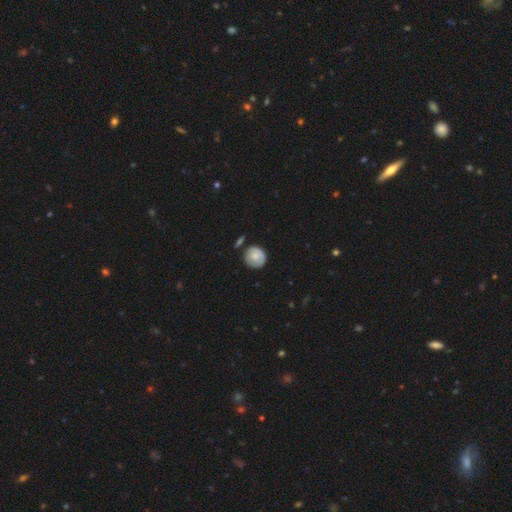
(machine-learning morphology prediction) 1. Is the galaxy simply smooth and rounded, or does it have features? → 75% smooth, 19% featured or disk, 7% star or artifact.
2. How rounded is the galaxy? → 90% round, 9% in between, 1% cigar-shaped.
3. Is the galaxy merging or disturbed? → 73% none, 18% minor disturbance, 5% merger, 3% major disturbance.